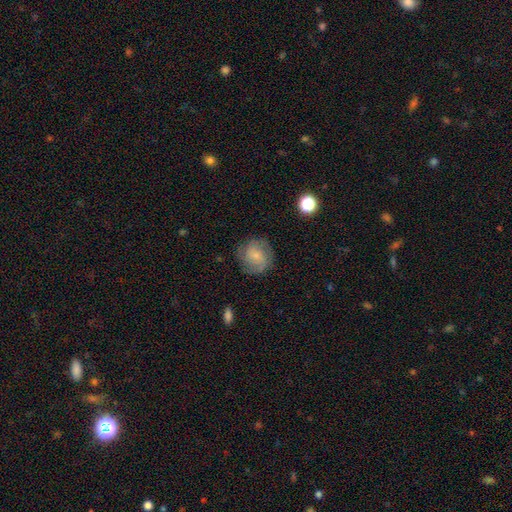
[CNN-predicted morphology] This is possibly a smooth galaxy (49%). Merging: likely none (77%).